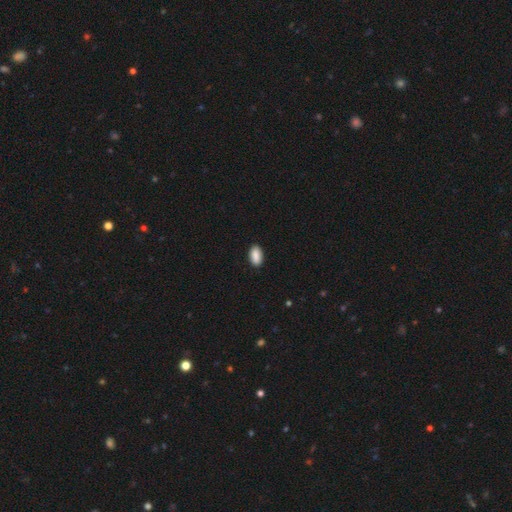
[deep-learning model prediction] Smooth or featured: smooth — 90% (star or artifact — 7%)
How rounded: in between — 94% (round — 3%)
Merging: none — 89% (minor disturbance — 8%)